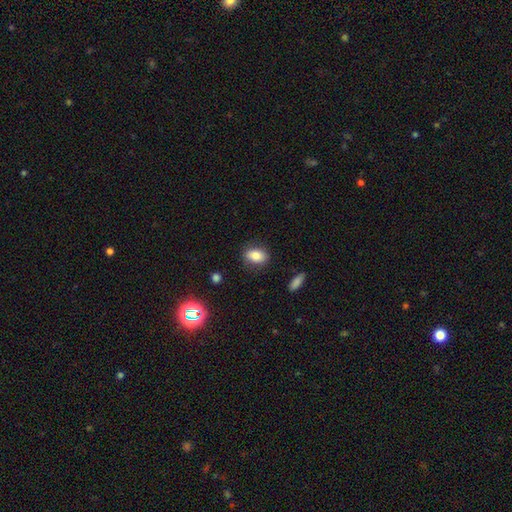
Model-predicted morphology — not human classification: Smooth or featured?
  - smooth: 81% *
  - featured or disk: 11%
  - star or artifact: 9%
How rounded?
  - in between: 79% *
  - round: 19%
  - cigar-shaped: 2%
Merging?
  - none: 83% *
  - minor disturbance: 12%
  - major disturbance: 3%
  - merger: 2%